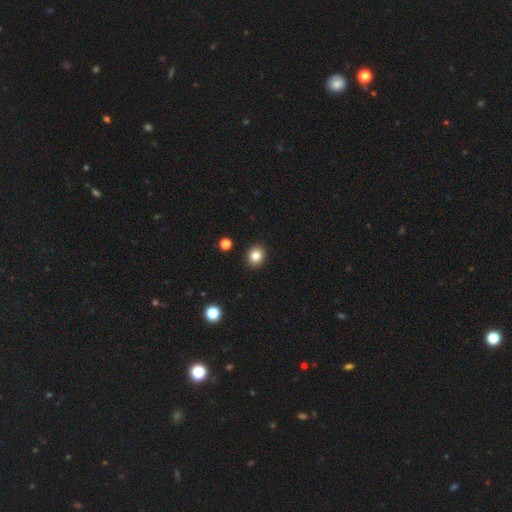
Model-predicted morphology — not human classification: The model was most divided on "how rounded": round: 70%, in between: 29%, cigar-shaped: 1%. More confident: merging — none (91%); smooth or featured — smooth (83%).